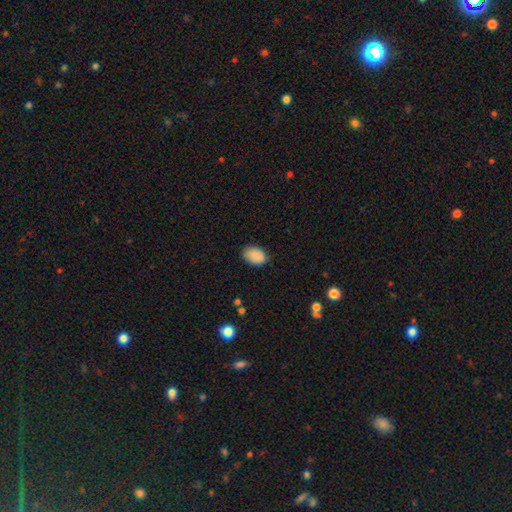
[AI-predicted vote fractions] This appears to be a smooth galaxy with no disk features (89%) that is in between round and cigar-shaped (82%). Merging: none (85%).